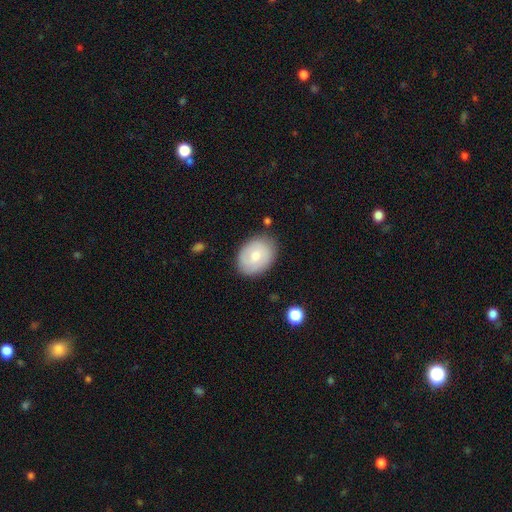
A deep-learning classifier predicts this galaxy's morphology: Q: Smooth or featured?
A: smooth (71%); runner-up: featured or disk (23%)
Q: How rounded?
A: in between (69%); runner-up: round (30%)
Q: Merging?
A: none (81%); runner-up: minor disturbance (14%)